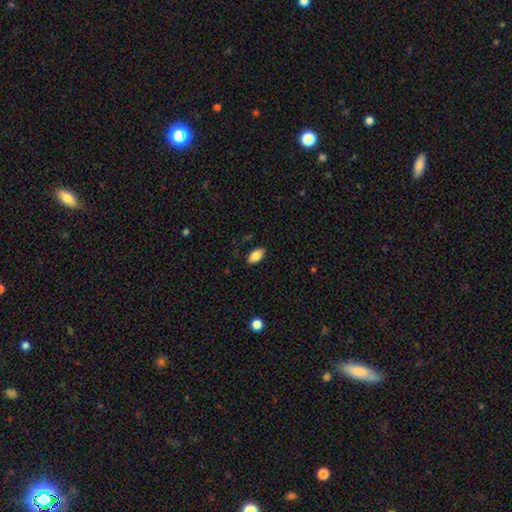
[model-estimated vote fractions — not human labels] This appears to be a smooth galaxy with no disk features (86%) that is in between round and cigar-shaped (93%). Merging: none (86%).